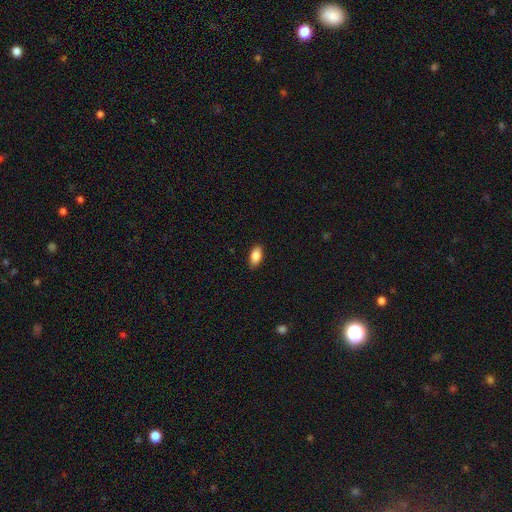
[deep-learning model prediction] Smooth or featured: smooth — 86% (star or artifact — 7%)
How rounded: in between — 92% (cigar-shaped — 4%)
Merging: none — 88% (minor disturbance — 9%)